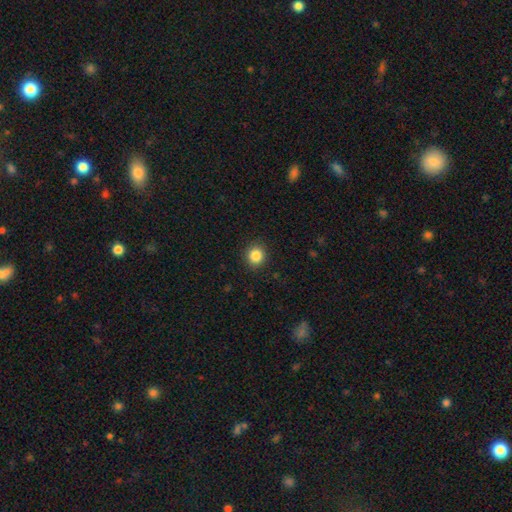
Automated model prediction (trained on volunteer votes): Smooth or featured: smooth — 86% (star or artifact — 10%)
How rounded: round — 86% (in between — 13%)
Merging: none — 91% (minor disturbance — 6%)